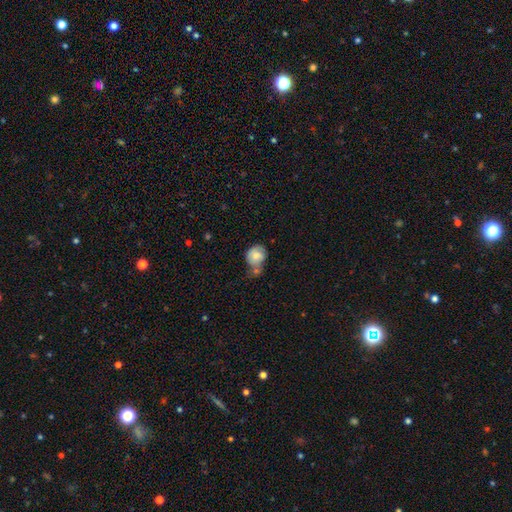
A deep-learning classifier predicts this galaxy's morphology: Q: Smooth or featured?
A: smooth (71%); runner-up: featured or disk (21%)
Q: How rounded?
A: round (64%); runner-up: in between (35%)
Q: Merging?
A: none (34%); runner-up: minor disturbance (28%)